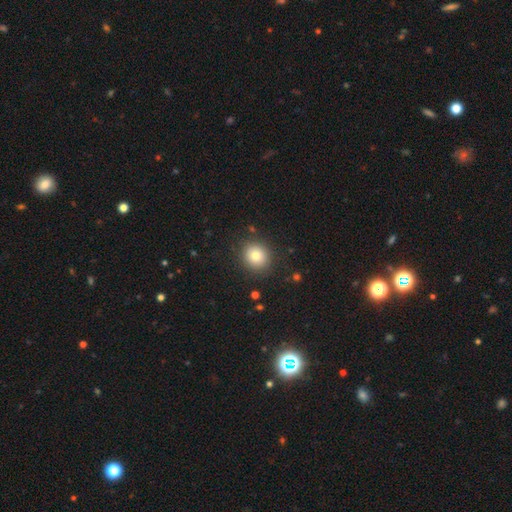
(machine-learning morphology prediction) smooth_or_featured: smooth (p=0.79) [alt: star or artifact p=0.11]
how_rounded: round (p=0.85) [alt: in between p=0.14]
merging: none (p=0.89) [alt: minor disturbance p=0.07]